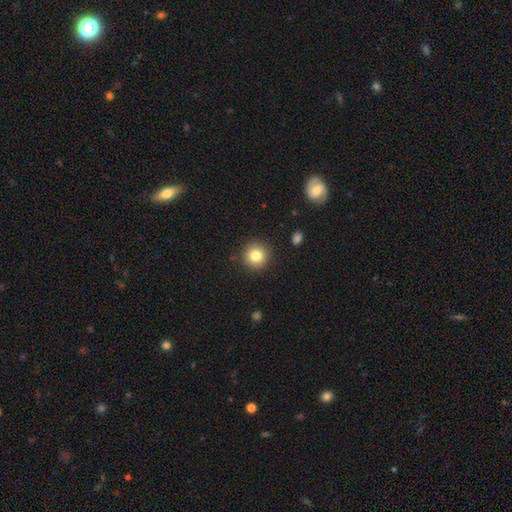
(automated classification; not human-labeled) A smooth galaxy with no disk features (81%) that is round (94%). Merging: none (90%).